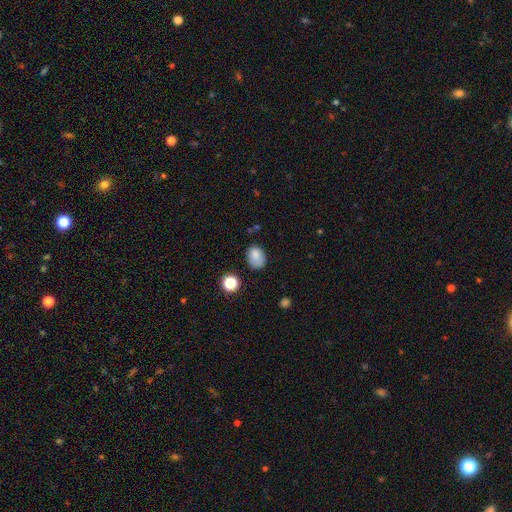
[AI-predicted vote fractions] Smooth or featured? smooth (81%)
How rounded? in between (65%)
Merging? none (62%)